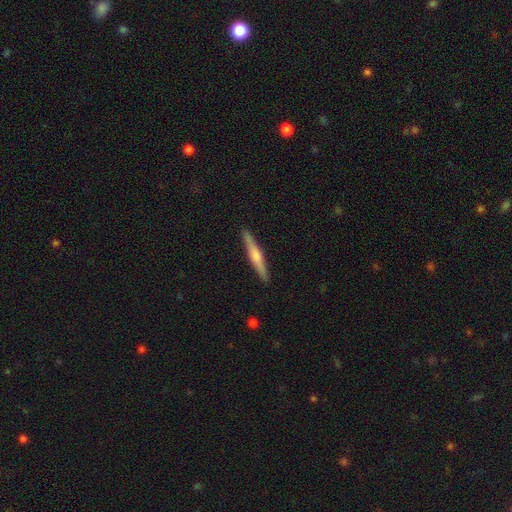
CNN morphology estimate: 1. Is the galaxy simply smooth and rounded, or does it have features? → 58% featured or disk, 37% smooth, 5% star or artifact.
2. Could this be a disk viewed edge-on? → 98% yes, 2% no.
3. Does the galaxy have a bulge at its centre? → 74% rounded, 14% boxy, 12% none.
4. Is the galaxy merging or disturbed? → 91% none, 6% minor disturbance, 1% major disturbance, 1% merger.